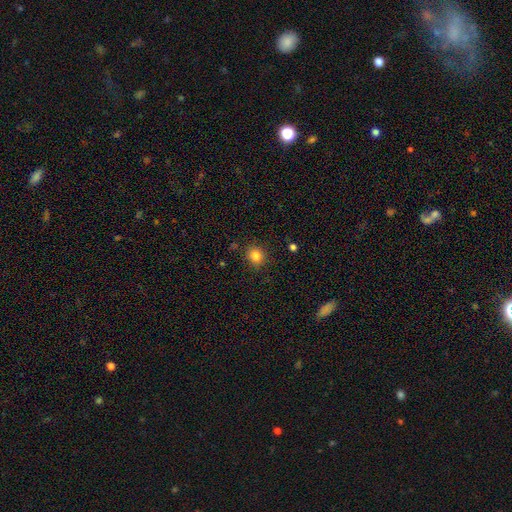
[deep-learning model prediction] Smooth or featured? smooth (83%)
How rounded? round (82%)
Merging? none (87%)